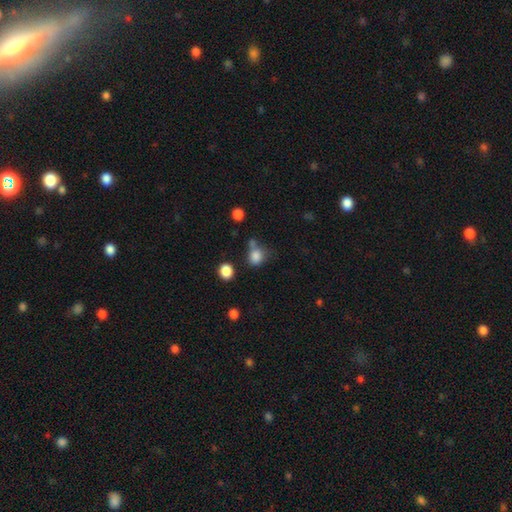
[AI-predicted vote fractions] smooth-or-featured: smooth: 82% | star or artifact: 12% | featured or disk: 6%
  how-rounded: round: 68% | in between: 31% | cigar-shaped: 1%
  merging: none: 54% | minor disturbance: 20% | merger: 18% | major disturbance: 9%